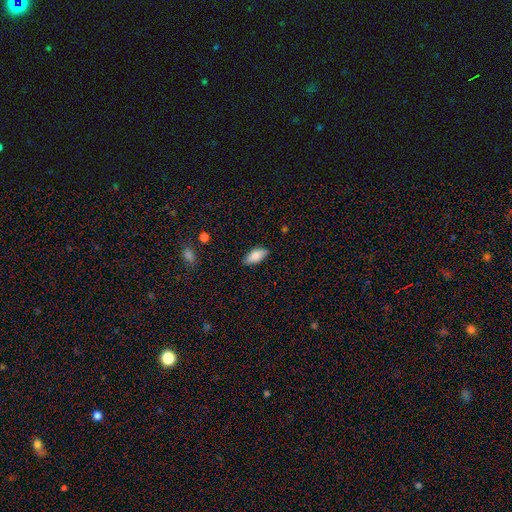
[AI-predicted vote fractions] smooth_or_featured: smooth (p=0.85) [alt: featured or disk p=0.08]
how_rounded: in between (p=0.88) [alt: cigar-shaped p=0.10]
merging: none (p=0.83) [alt: minor disturbance p=0.13]